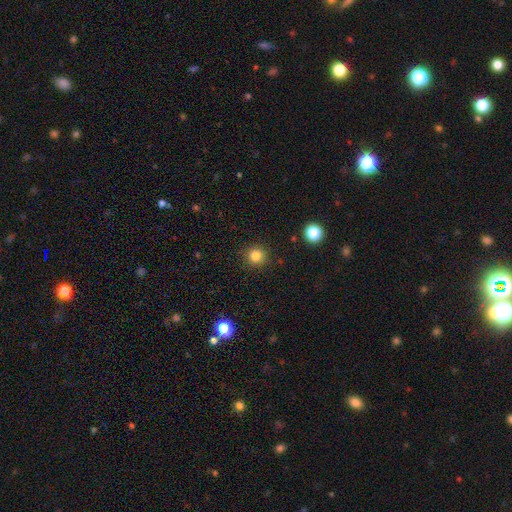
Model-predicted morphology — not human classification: smooth_or_featured: smooth (p=0.82) [alt: star or artifact p=0.13]
how_rounded: round (p=0.94) [alt: in between p=0.05]
merging: none (p=0.90) [alt: minor disturbance p=0.06]